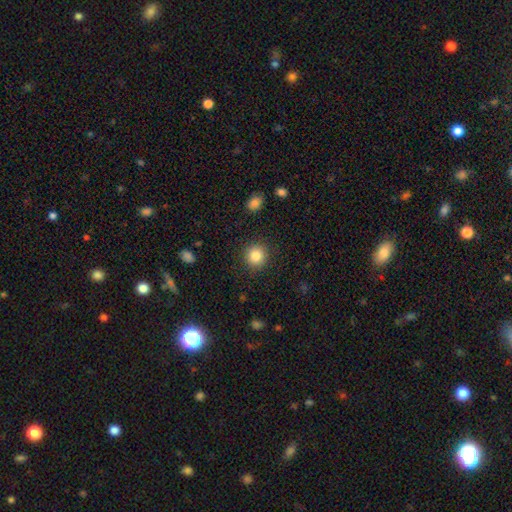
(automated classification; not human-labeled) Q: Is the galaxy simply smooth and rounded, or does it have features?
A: smooth — 85%.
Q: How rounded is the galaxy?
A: round — 91%.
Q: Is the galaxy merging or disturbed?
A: none — 90%.